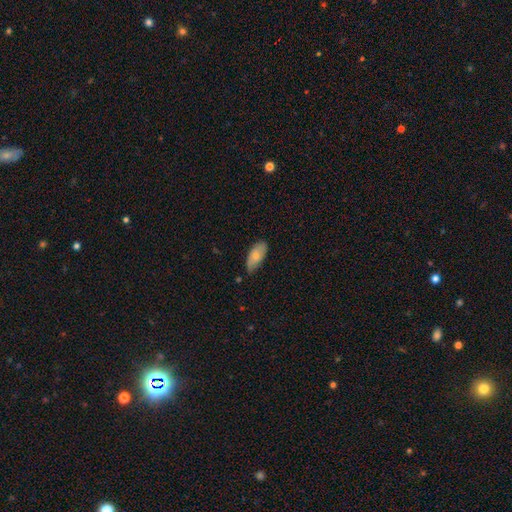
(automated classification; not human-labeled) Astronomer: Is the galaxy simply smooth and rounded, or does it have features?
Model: smooth — 72%.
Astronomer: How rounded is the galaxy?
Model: in between — 89%.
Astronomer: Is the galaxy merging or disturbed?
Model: none — 67%.